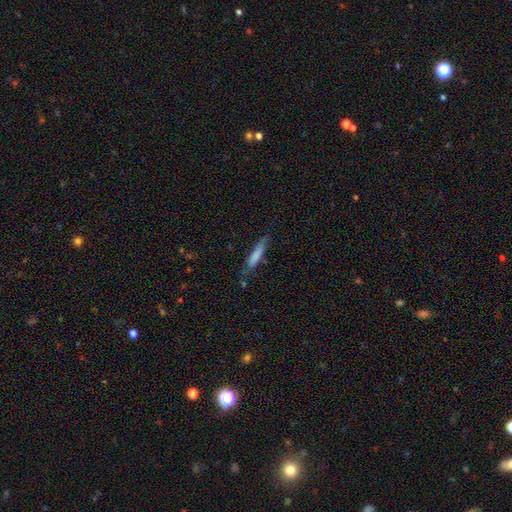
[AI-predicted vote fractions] smooth_or_featured: smooth (p=0.78) [alt: featured or disk p=0.16]
how_rounded: cigar-shaped (p=0.84) [alt: in between p=0.14]
merging: none (p=0.69) [alt: minor disturbance p=0.23]